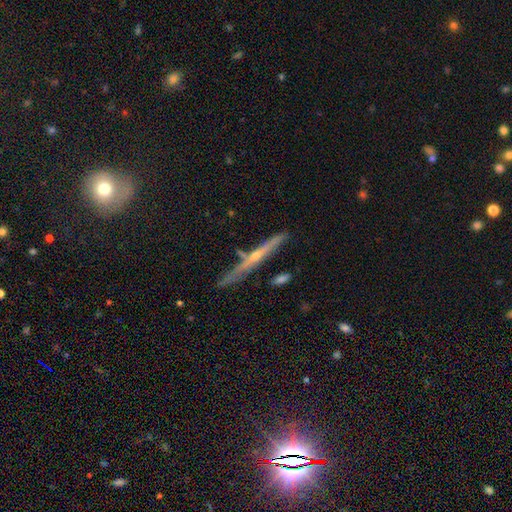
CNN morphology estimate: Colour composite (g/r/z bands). It shows a featured or disk galaxy (71%) viewed edge-on (95%) with a rounded central bulge (69%). Merging: none (71%).